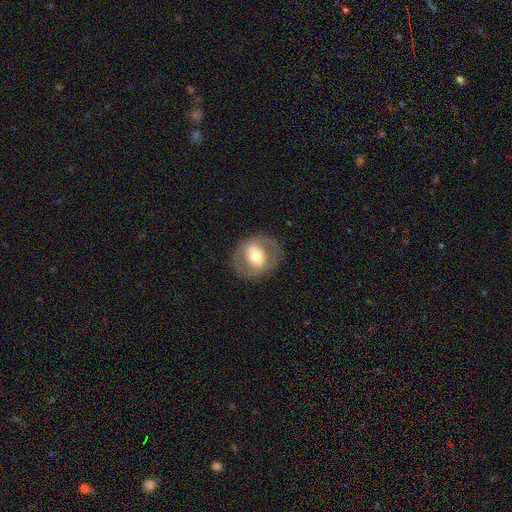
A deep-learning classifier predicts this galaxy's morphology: featured or disk 51%, smooth 43%, star or artifact 7%. Down the decision tree: edge-on disk — no (94%); merging — none (80%).